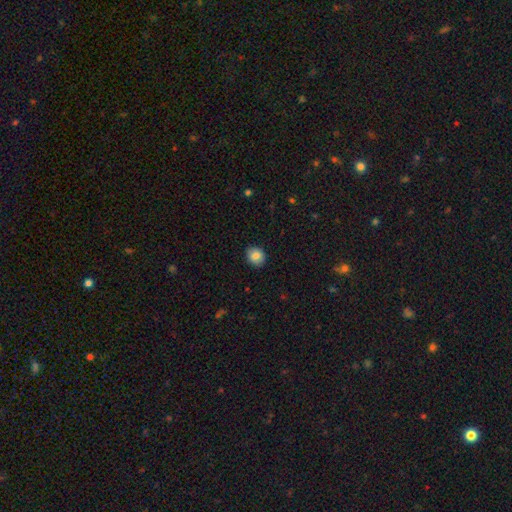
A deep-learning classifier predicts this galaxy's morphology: Smooth or featured? Predicted: smooth (p=0.84). How rounded? Predicted: round (p=0.72). Merging? Predicted: none (p=0.90).